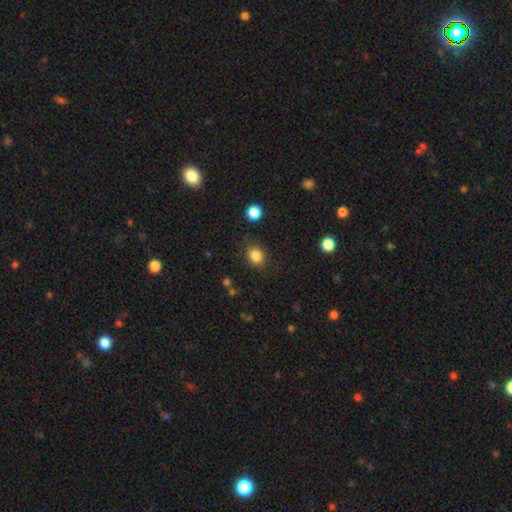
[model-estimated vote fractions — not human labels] smooth-or-featured: smooth: 85% | star or artifact: 11% | featured or disk: 5%
  how-rounded: round: 58% | in between: 41% | cigar-shaped: 1%
  merging: none: 83% | minor disturbance: 11% | major disturbance: 3% | merger: 2%